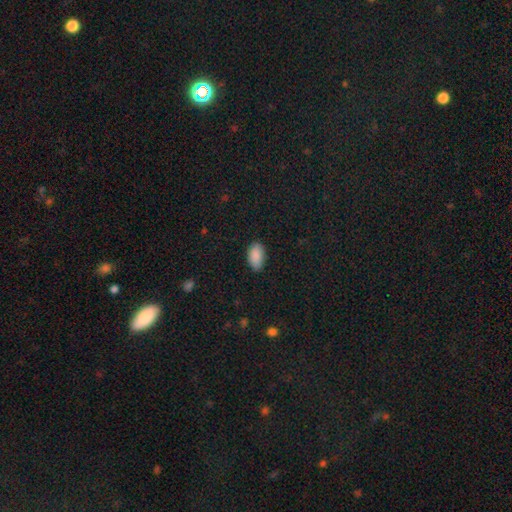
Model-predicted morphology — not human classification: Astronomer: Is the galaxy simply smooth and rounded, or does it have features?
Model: smooth — 89%.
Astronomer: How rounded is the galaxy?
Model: in between — 94%.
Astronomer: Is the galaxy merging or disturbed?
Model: none — 85%.